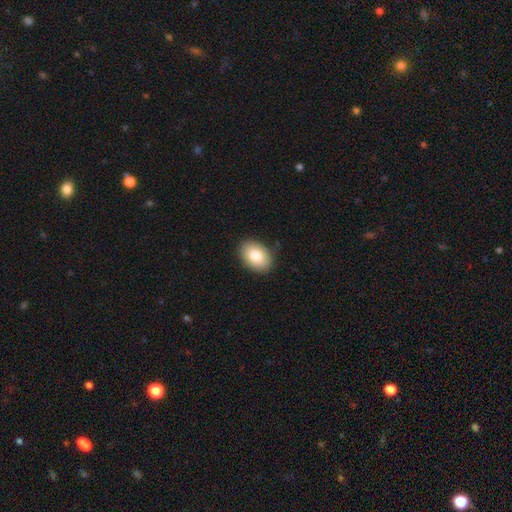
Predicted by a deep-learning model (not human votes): Smooth or featured? Predicted: smooth (p=0.82). How rounded? Predicted: in between (p=0.82). Merging? Predicted: none (p=0.86).